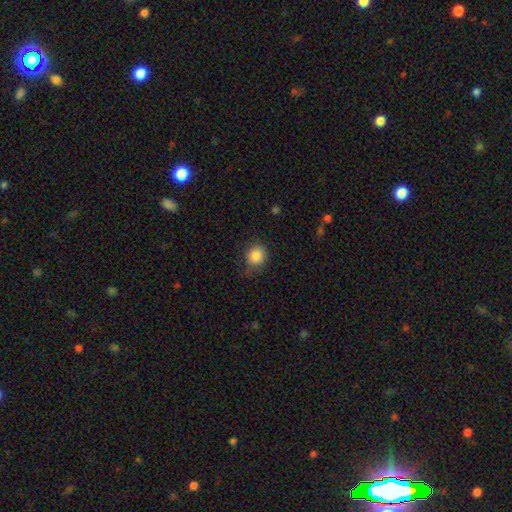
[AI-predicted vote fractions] smooth_or_featured: smooth (p=0.87) [alt: star or artifact p=0.09]
how_rounded: round (p=0.80) [alt: in between p=0.19]
merging: none (p=0.71) [alt: minor disturbance p=0.22]